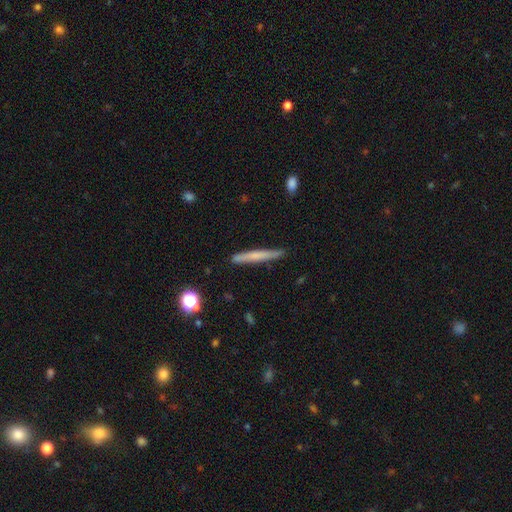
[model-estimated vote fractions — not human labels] Smooth or featured: smooth — 58% (featured or disk — 35%)
How rounded: cigar-shaped — 96% (in between — 3%)
Merging: none — 88% (minor disturbance — 9%)